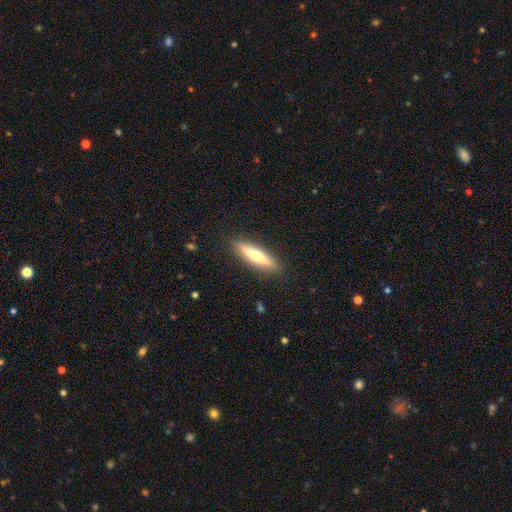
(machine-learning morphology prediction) This appears to be a smooth galaxy with no disk features (49%). Merging: none (89%).